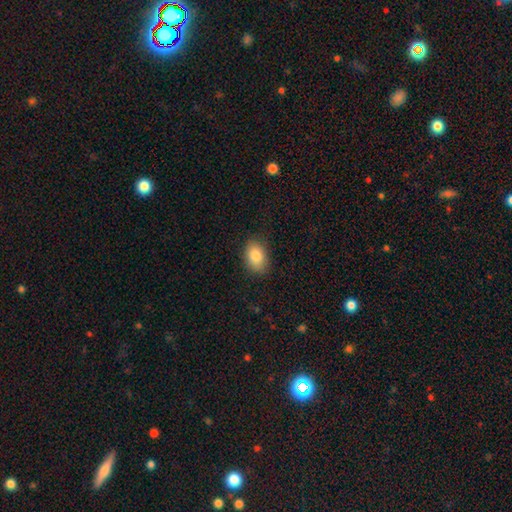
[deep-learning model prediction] This appears to be a smooth galaxy with no disk features (84%) that is in between round and cigar-shaped (82%). Merging: none (84%).